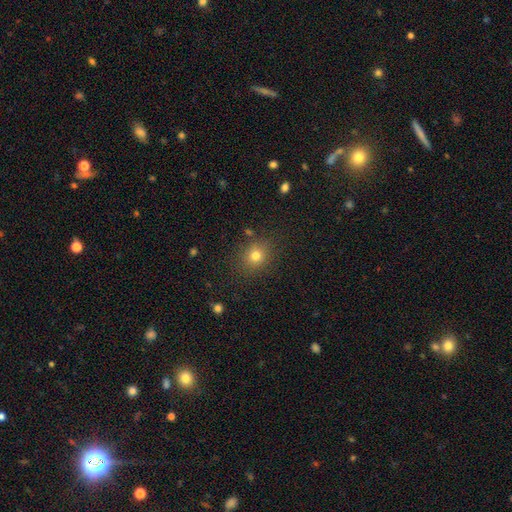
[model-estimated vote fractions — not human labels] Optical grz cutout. It shows a smooth galaxy with no disk features (77%) that is round (72%). Merging: none (84%).